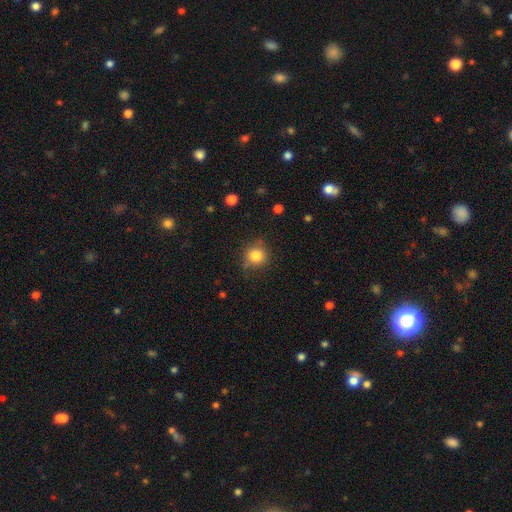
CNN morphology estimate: The model was most divided on "merging": none: 78%, minor disturbance: 16%, major disturbance: 4%, merger: 3%. More confident: how rounded — round (90%); smooth or featured — smooth (83%).